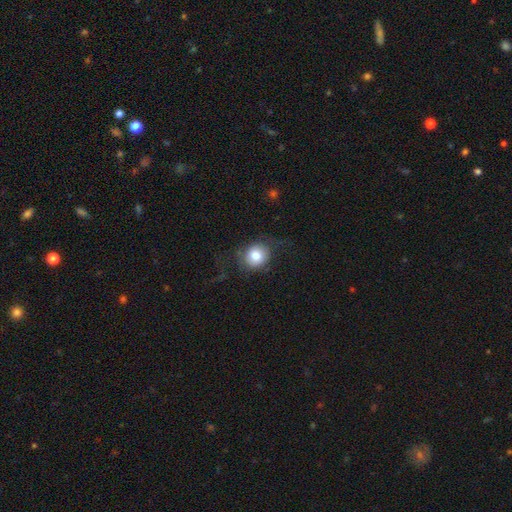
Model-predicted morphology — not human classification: type=smooth (78%); roundness=round (81%); merging=none (70%).